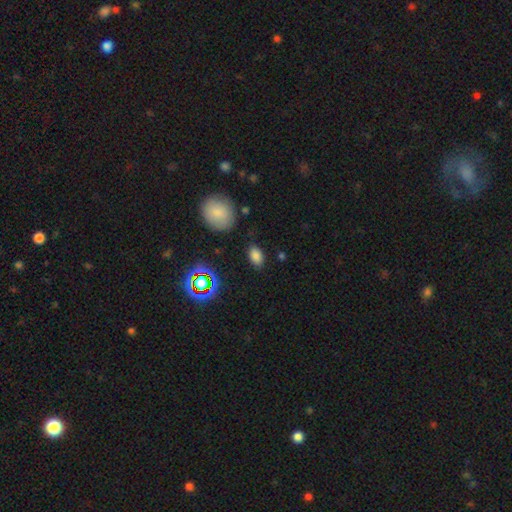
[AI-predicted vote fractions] Smooth or featured: smooth — 78% (star or artifact — 15%)
How rounded: in between — 88% (round — 10%)
Merging: none — 84% (minor disturbance — 11%)